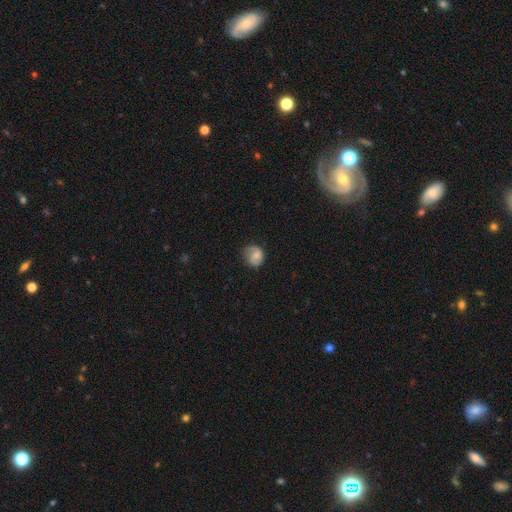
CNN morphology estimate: Q: Smooth or featured?
A: smooth (55%); runner-up: featured or disk (37%)
Q: How rounded?
A: round (71%); runner-up: in between (28%)
Q: Merging?
A: none (58%); runner-up: minor disturbance (27%)